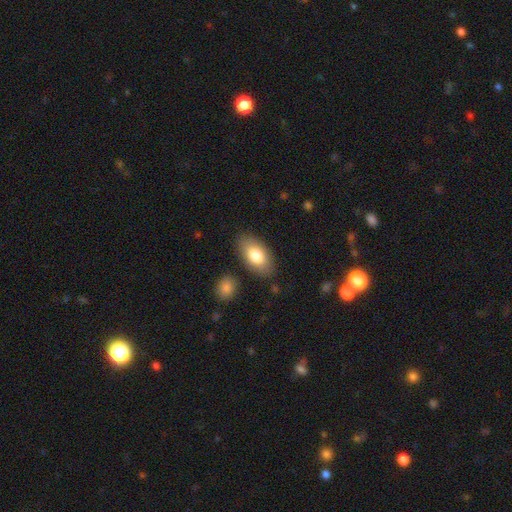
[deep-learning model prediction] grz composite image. It shows a smooth galaxy with no disk features (80%) that is in between round and cigar-shaped (94%). Merging: none (84%).